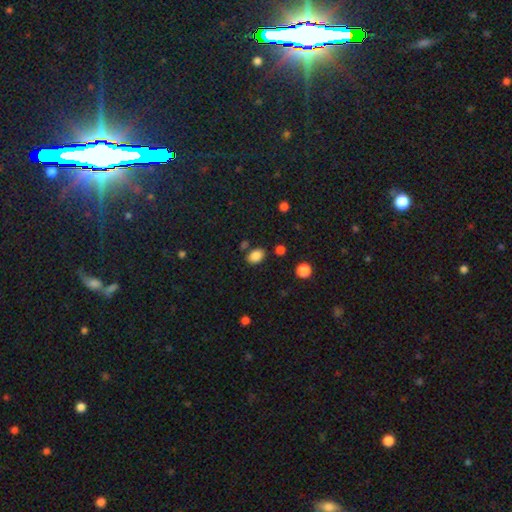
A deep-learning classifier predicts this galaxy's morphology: smooth-or-featured: smooth: 85% | star or artifact: 10% | featured or disk: 5%
  how-rounded: in between: 75% | round: 24% | cigar-shaped: 1%
  merging: none: 78% | minor disturbance: 12% | merger: 6% | major disturbance: 3%